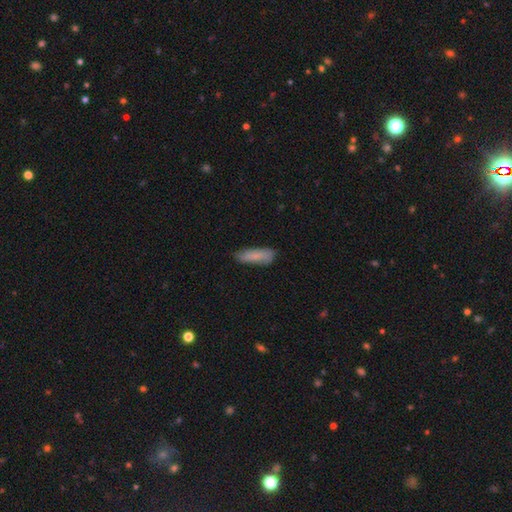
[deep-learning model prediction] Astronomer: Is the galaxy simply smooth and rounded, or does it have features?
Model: smooth — 80%.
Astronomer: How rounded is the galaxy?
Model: cigar-shaped — 55% (runner-up: in between, 43%).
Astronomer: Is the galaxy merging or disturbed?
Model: none — 75%.